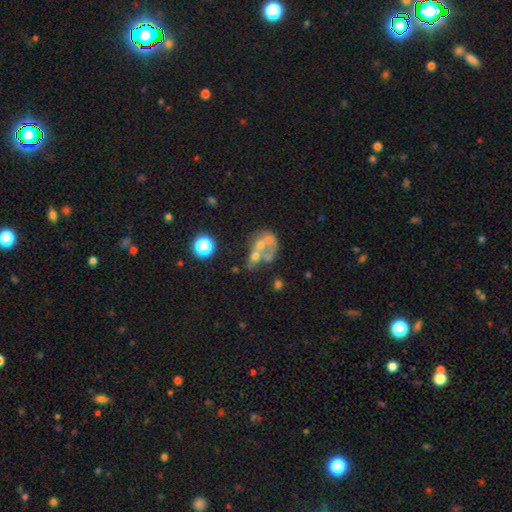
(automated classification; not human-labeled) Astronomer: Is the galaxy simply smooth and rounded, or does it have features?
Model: featured or disk — 43% (runner-up: star or artifact, 29%).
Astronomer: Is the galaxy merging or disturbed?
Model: merger — 33% (runner-up: none, 32%).